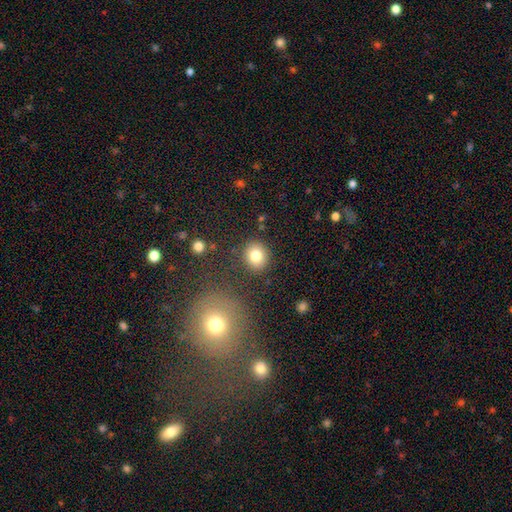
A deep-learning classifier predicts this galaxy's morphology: A smooth galaxy with no disk features (81%) that is round (82%).

Vote fractions:
- Smooth or featured? smooth: 81% / star or artifact: 11% / featured or disk: 9%
- How rounded? round: 82% / in between: 17% / cigar-shaped: 1%
- Merging? none: 87% / minor disturbance: 7% / major disturbance: 3% / merger: 3%